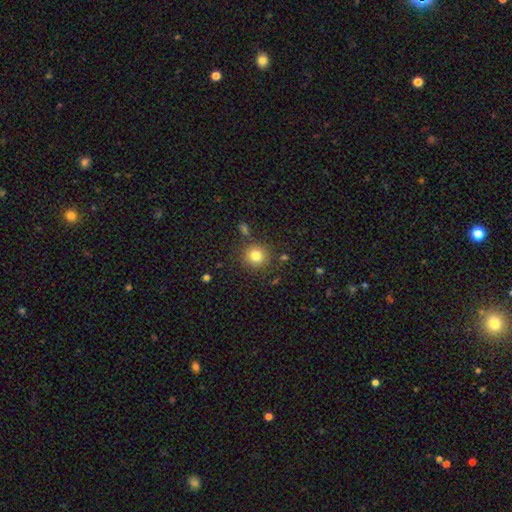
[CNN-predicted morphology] Smooth or featured? Predicted: smooth (p=0.80). How rounded? Predicted: round (p=0.92). Merging? Predicted: none (p=0.85).